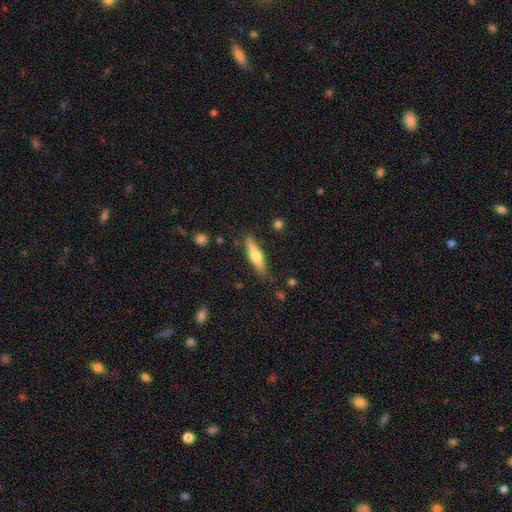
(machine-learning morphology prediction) type=smooth (55%); roundness=cigar-shaped (73%); merging=none (84%).